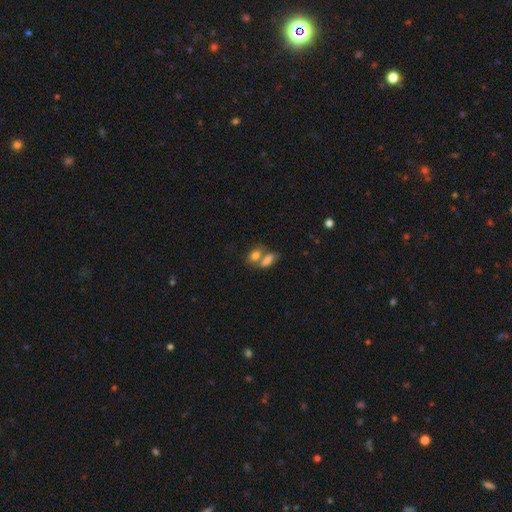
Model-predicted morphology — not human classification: Smooth or featured? smooth (78%)
How rounded? in between (82%)
Merging? merger (57%)